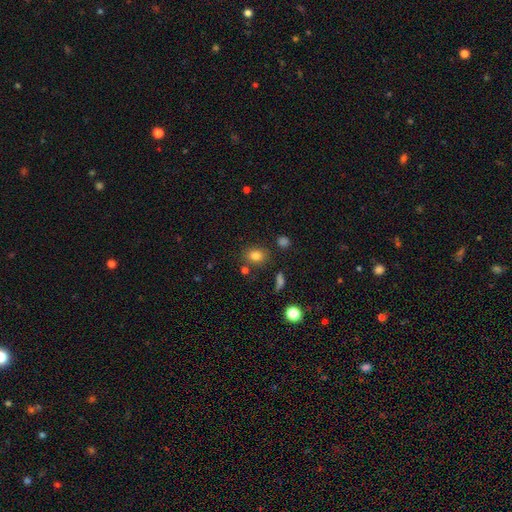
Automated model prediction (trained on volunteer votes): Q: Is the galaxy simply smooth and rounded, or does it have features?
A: smooth — 81%.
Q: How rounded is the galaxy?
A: round — 50%.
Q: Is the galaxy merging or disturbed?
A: none — 80%.